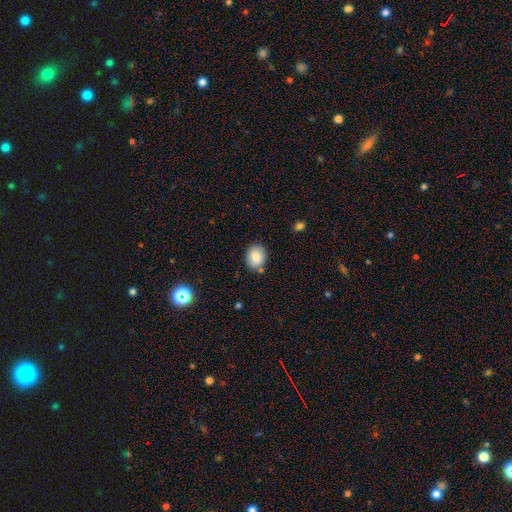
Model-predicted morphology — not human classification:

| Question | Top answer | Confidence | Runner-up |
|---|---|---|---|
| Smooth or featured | smooth | 84% | star or artifact (8%) |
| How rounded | round | 54% | in between (45%) |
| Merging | none | 82% | minor disturbance (12%) |